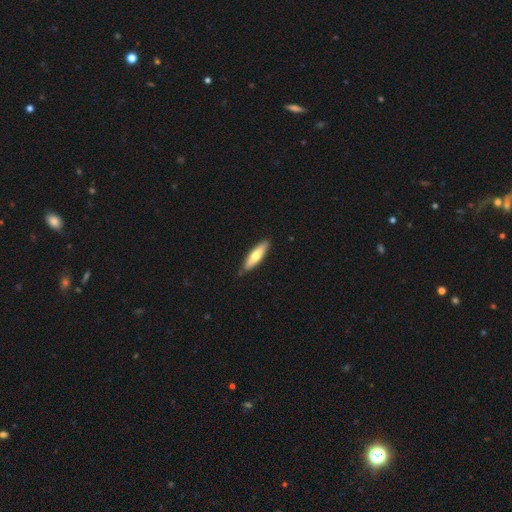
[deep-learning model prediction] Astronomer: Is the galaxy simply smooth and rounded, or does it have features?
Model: smooth — 60%.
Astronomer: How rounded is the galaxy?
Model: cigar-shaped — 67%.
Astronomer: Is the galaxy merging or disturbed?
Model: none — 88%.